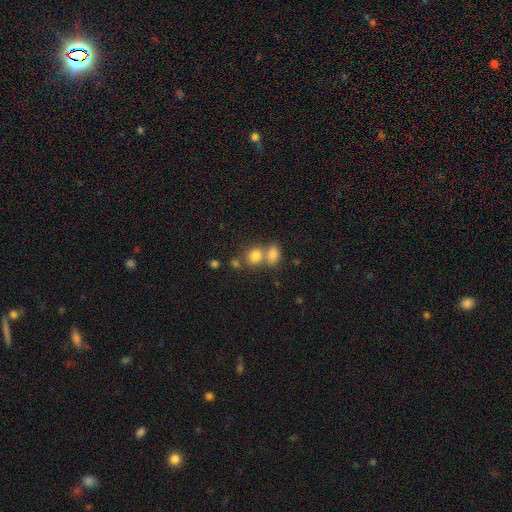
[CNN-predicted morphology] Overall: smooth (80%). How rounded: round (53%; in between 46%). Merging: merger (48%; none 40%).